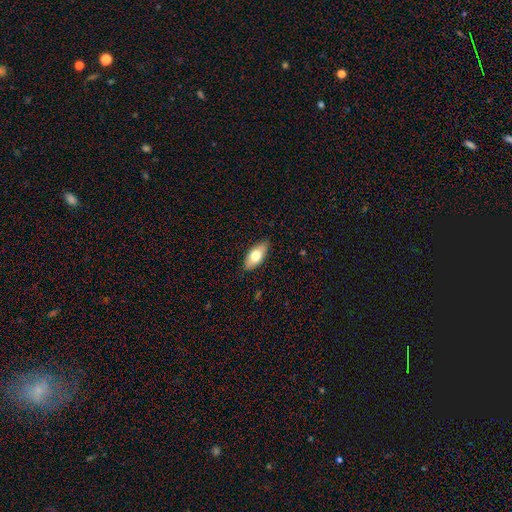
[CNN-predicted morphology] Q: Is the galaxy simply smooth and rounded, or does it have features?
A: smooth — 72%.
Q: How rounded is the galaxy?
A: in between — 88%.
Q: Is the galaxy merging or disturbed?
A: none — 86%.